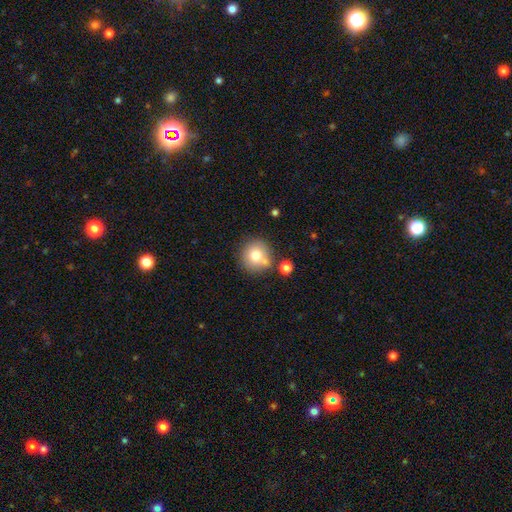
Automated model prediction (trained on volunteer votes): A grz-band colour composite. It shows a smooth galaxy with no disk features (75%) that is round (91%). Merging: none (69%).